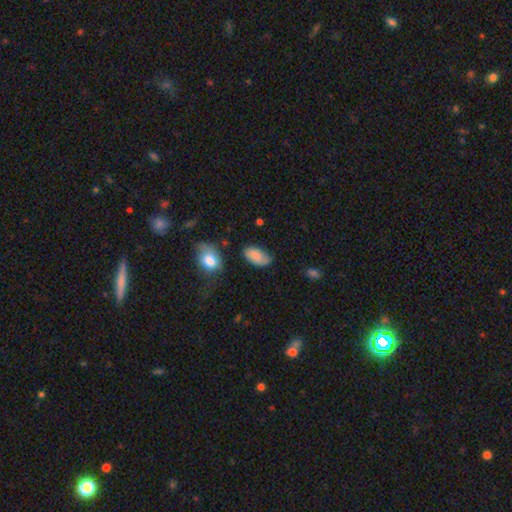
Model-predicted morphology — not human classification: smooth-or-featured: smooth: 78% | featured or disk: 14% | star or artifact: 8%
  how-rounded: in between: 94% | round: 4% | cigar-shaped: 2%
  merging: none: 63% | minor disturbance: 26% | major disturbance: 7% | merger: 4%